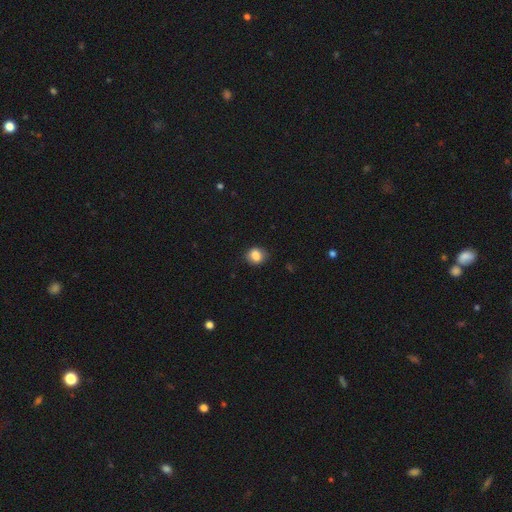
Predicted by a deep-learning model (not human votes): Q: Smooth or featured?
A: smooth (84%); runner-up: star or artifact (10%)
Q: How rounded?
A: round (62%); runner-up: in between (36%)
Q: Merging?
A: none (84%); runner-up: minor disturbance (13%)